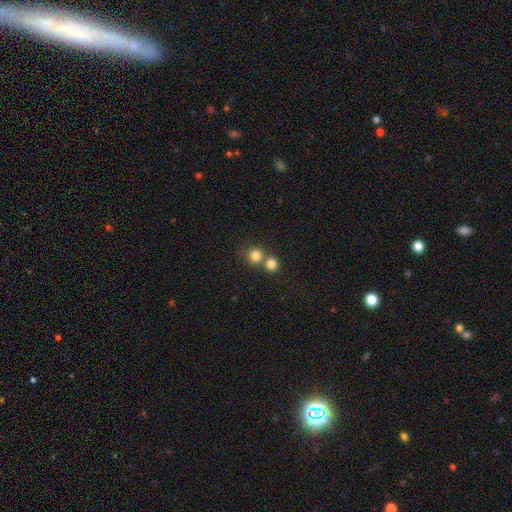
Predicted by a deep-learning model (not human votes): Smooth or featured?
  - smooth: 80% *
  - star or artifact: 13%
  - featured or disk: 7%
How rounded?
  - round: 90% *
  - in between: 9%
  - cigar-shaped: 1%
Merging?
  - none: 51% *
  - merger: 41%
  - minor disturbance: 6%
  - major disturbance: 2%